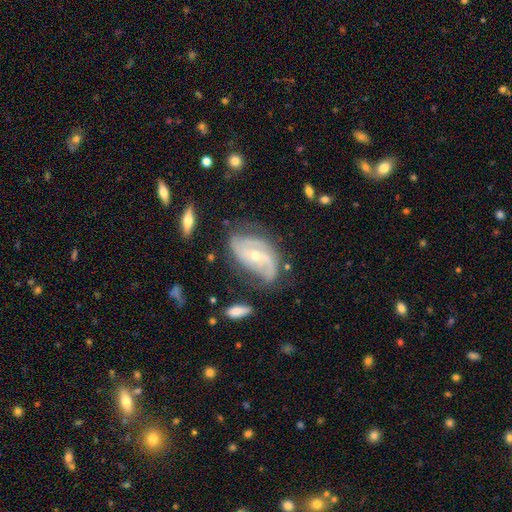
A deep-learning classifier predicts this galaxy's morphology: featured or disk 84%, smooth 10%, star or artifact 6%. Down the decision tree: edge-on disk — no (96%); bar — no (55%); spiral arms — yes (94%); spiral arm count — 2 (53%); spiral winding — medium (44%); bulge size — small (59%); merging — none (57%).